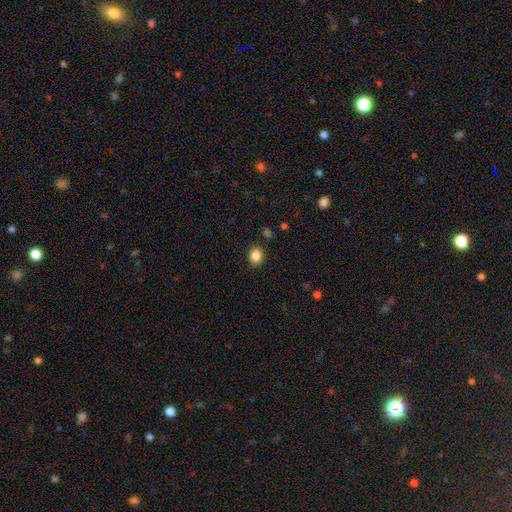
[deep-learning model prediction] This is clearly a smooth galaxy (85%). How rounded: possibly round (60%). Merging: clearly none (88%).